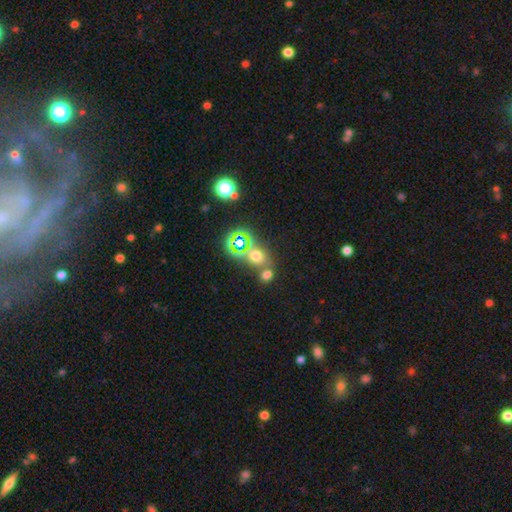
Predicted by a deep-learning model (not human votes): smooth-or-featured: smooth: 52% | star or artifact: 34% | featured or disk: 14%
  how-rounded: round: 64% | in between: 34% | cigar-shaped: 2%
  merging: none: 49% | merger: 34% | minor disturbance: 10% | major disturbance: 7%